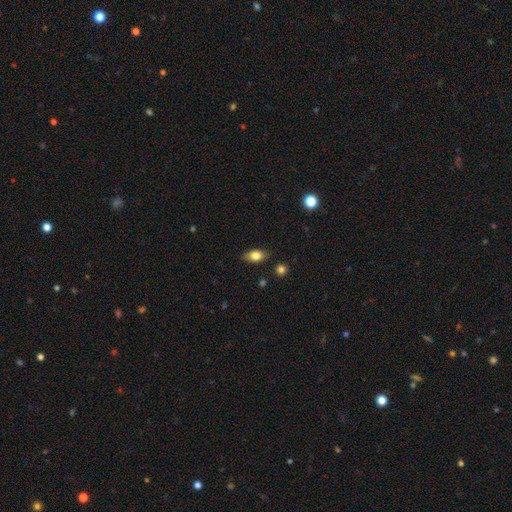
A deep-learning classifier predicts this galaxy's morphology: smooth-or-featured: smooth: 77% | featured or disk: 15% | star or artifact: 8%
  how-rounded: in between: 85% | round: 9% | cigar-shaped: 6%
  merging: none: 85% | minor disturbance: 11% | major disturbance: 2% | merger: 2%